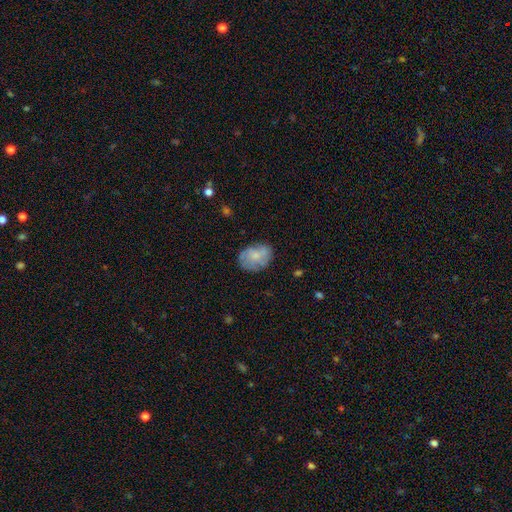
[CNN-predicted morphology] Smooth or featured: smooth — 61% (featured or disk — 32%)
How rounded: in between — 68% (round — 31%)
Merging: none — 60% (minor disturbance — 26%)